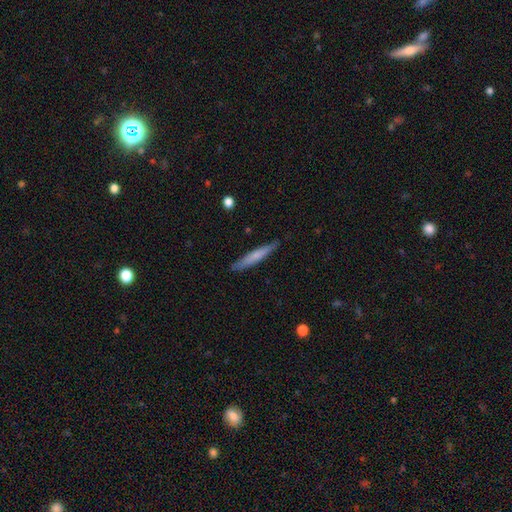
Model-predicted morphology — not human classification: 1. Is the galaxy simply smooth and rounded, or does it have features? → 62% smooth, 33% featured or disk, 5% star or artifact.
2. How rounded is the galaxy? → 94% cigar-shaped, 4% in between, 1% round.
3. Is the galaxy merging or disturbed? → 87% none, 10% minor disturbance, 2% major disturbance, 1% merger.